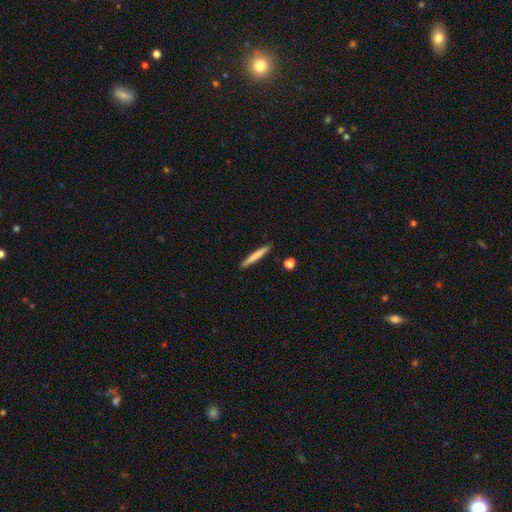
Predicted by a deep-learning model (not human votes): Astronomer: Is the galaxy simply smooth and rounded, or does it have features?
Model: smooth — 72%.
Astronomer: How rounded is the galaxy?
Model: cigar-shaped — 96%.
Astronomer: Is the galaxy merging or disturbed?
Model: none — 90%.